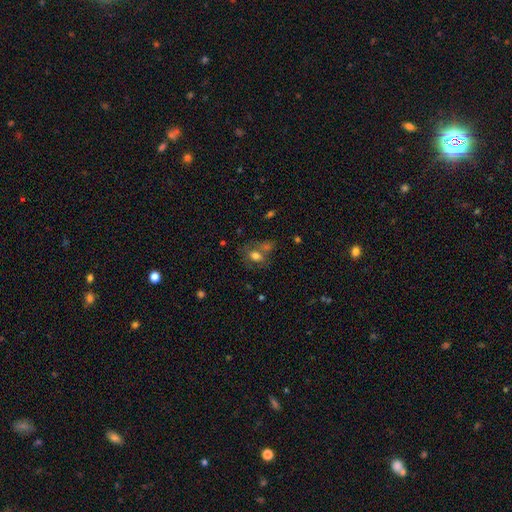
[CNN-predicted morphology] Smooth or featured? smooth (70%)
How rounded? in between (69%)
Merging? none (44%)